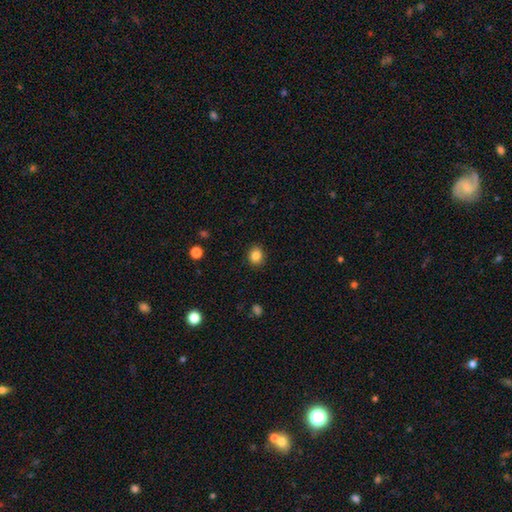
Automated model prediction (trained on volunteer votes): A smooth galaxy with no disk features (85%) that is round (74%). Merging: none (90%).